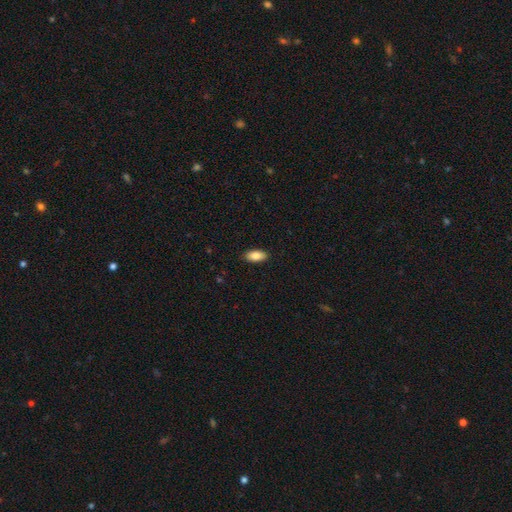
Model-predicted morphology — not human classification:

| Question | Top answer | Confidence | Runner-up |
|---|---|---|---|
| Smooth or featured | smooth | 86% | featured or disk (7%) |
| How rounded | in between | 90% | cigar-shaped (7%) |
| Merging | none | 89% | minor disturbance (8%) |